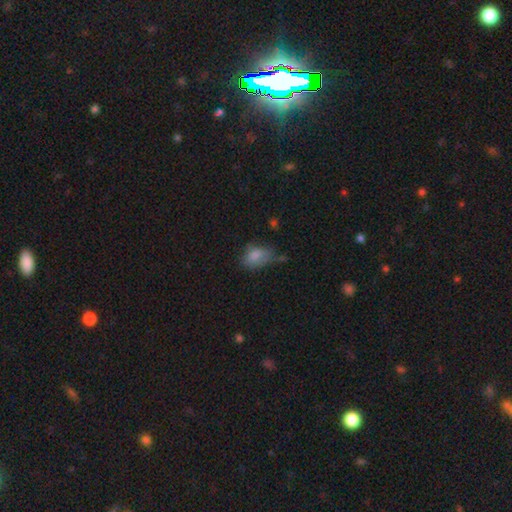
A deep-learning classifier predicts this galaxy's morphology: Smooth or featured: smooth — 77% (featured or disk — 13%)
How rounded: in between — 84% (round — 14%)
Merging: none — 39% (minor disturbance — 36%)